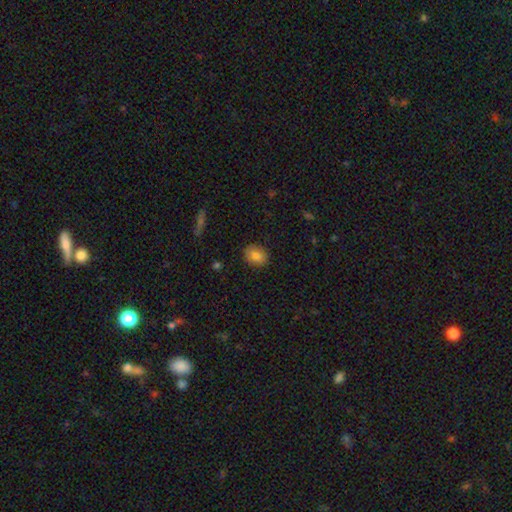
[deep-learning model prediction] Q: Smooth or featured?
A: smooth (82%); runner-up: featured or disk (9%)
Q: How rounded?
A: in between (51%); runner-up: round (48%)
Q: Merging?
A: none (88%); runner-up: minor disturbance (9%)